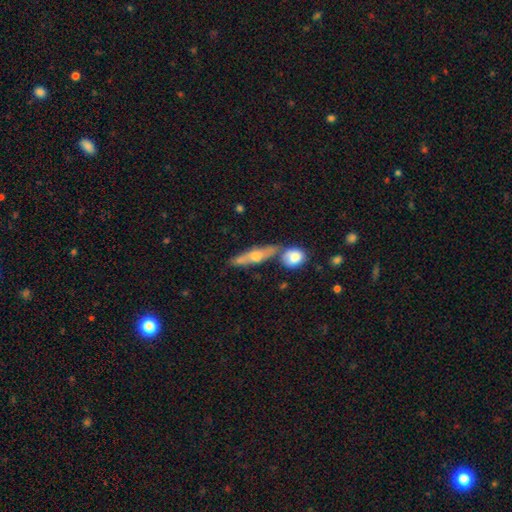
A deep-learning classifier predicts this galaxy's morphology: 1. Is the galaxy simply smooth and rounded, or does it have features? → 55% featured or disk, 37% smooth, 8% star or artifact.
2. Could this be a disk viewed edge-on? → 83% yes, 17% no.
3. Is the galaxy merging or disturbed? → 59% none, 23% merger, 14% minor disturbance, 5% major disturbance.